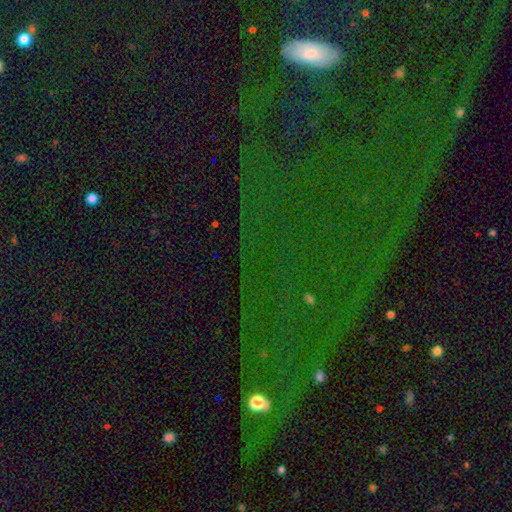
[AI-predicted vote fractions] A star or artifact, not a galaxy (75%).

Vote fractions:
- Smooth or featured? star or artifact: 75% / smooth: 14% / featured or disk: 11%